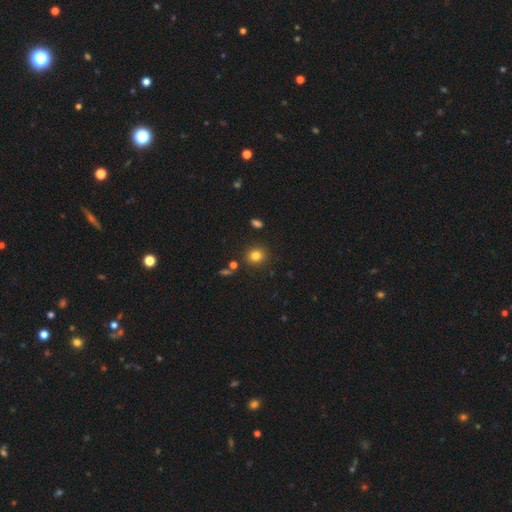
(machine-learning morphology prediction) This is clearly a smooth galaxy (81%). How rounded: likely round (79%). Merging: clearly none (87%).